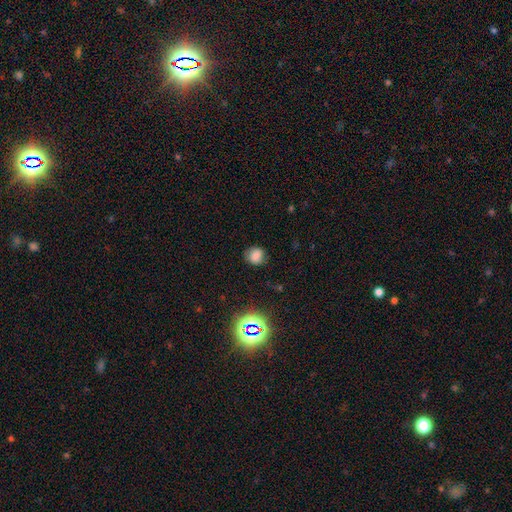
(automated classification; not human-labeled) Smooth or featured? smooth (75%)
How rounded? round (76%)
Merging? none (76%)